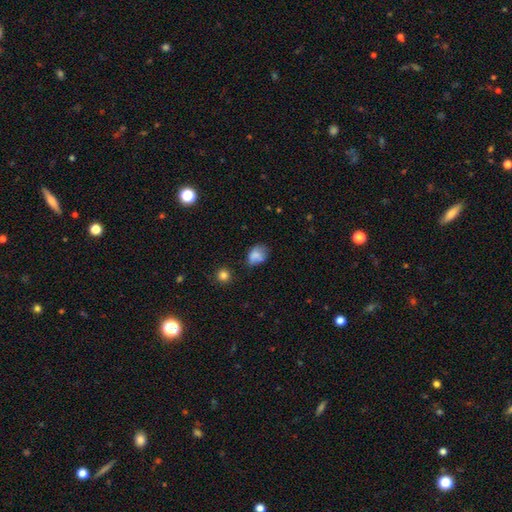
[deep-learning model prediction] smooth_or_featured: smooth (p=0.75) [alt: featured or disk p=0.14]
how_rounded: in between (p=0.69) [alt: round p=0.30]
merging: none (p=0.47) [alt: minor disturbance p=0.31]